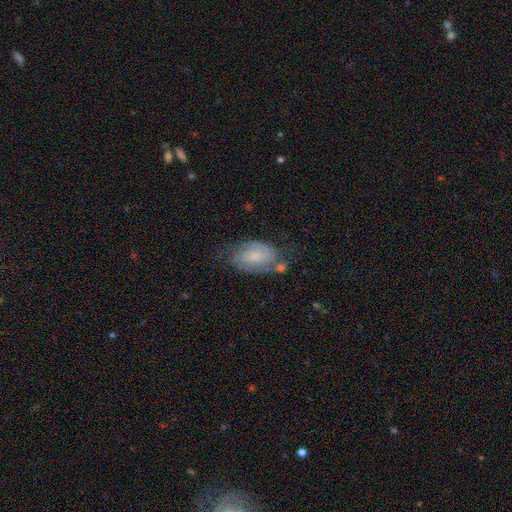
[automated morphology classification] Smooth or featured?
  - featured or disk: 64% *
  - smooth: 28%
  - star or artifact: 8%
Edge-on disk?
  - no: 96% *
  - yes: 4%
Bar?
  - weak: 45% * (tied)
  - no: 45% * (tied)
  - strong: 10%
Spiral arms?
  - yes: 89% *
  - no: 11%
Spiral winding?
  - medium: 42% * (tied)
  - tight: 42% * (tied)
  - loose: 15%
Spiral arm count?
  - 2: 75% *
  - can't tell: 16%
  - 1: 4%
  - 3: 3%
  - 4: 1%
  - more than 4: 1%
Bulge size?
  - small: 48% *
  - moderate: 32%
  - none: 13%
  - large: 5%
  - dominant: 2%
Merging?
  - none: 57% *
  - minor disturbance: 24%
  - major disturbance: 12%
  - merger: 7%